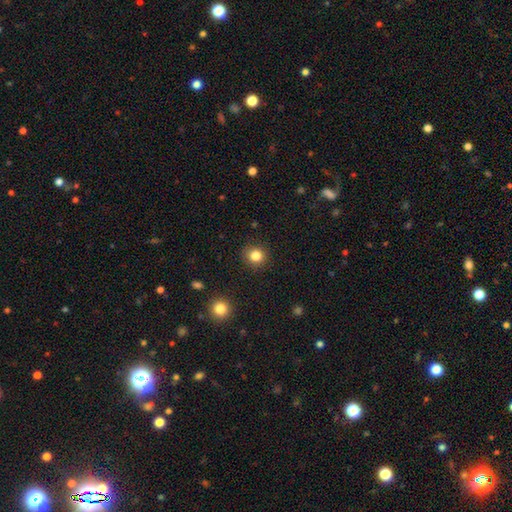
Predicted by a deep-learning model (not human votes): smooth 83%, star or artifact 12%, featured or disk 5%. Down the decision tree: how rounded — round (88%); merging — none (90%).